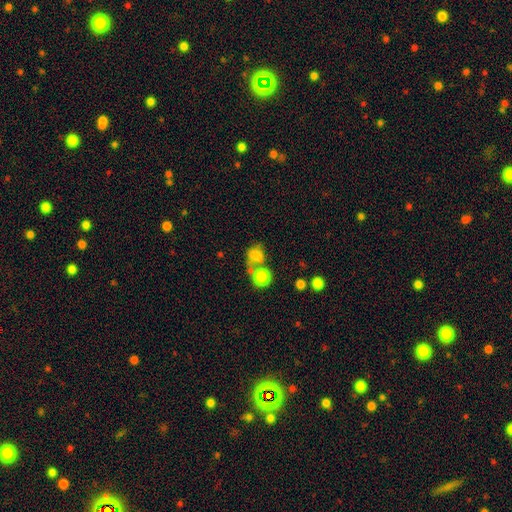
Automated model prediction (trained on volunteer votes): This is likely a smooth galaxy (76%). How rounded: possibly round (60%). Merging: marginally merger (41%).